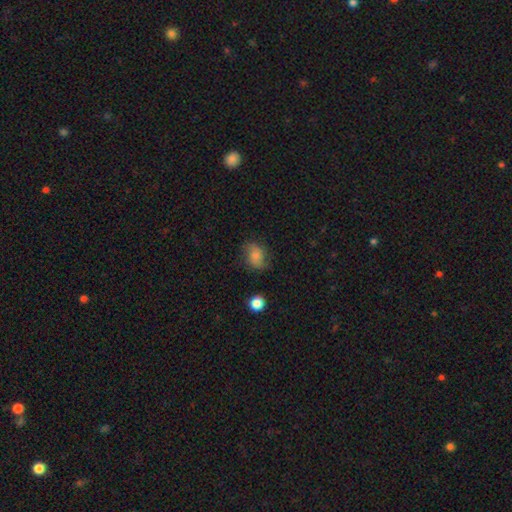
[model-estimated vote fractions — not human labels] A smooth galaxy with no disk features (60%) that is in between round and cigar-shaped (61%). Merging: none (65%).